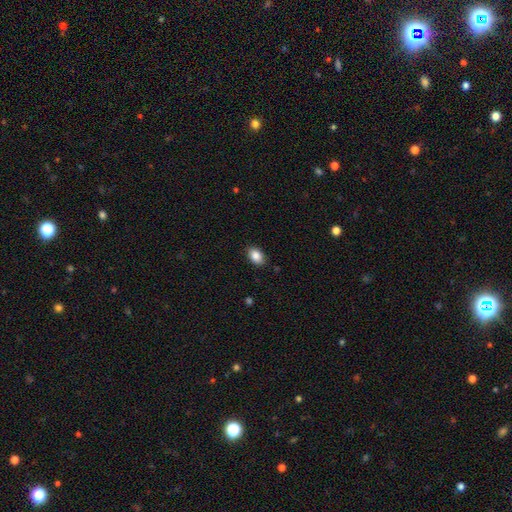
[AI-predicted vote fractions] Morphology: type=smooth (87%); roundness=in between (83%); merging=none (87%).